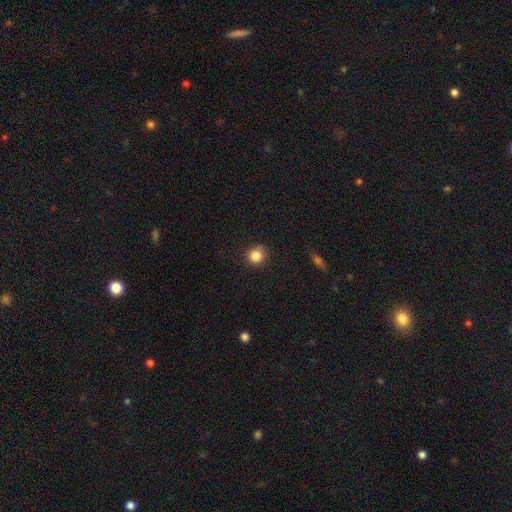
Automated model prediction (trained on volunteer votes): smooth-or-featured: smooth: 84% | star or artifact: 11% | featured or disk: 5%
  how-rounded: round: 90% | in between: 9% | cigar-shaped: 1%
  merging: none: 84% | minor disturbance: 12% | major disturbance: 3% | merger: 2%